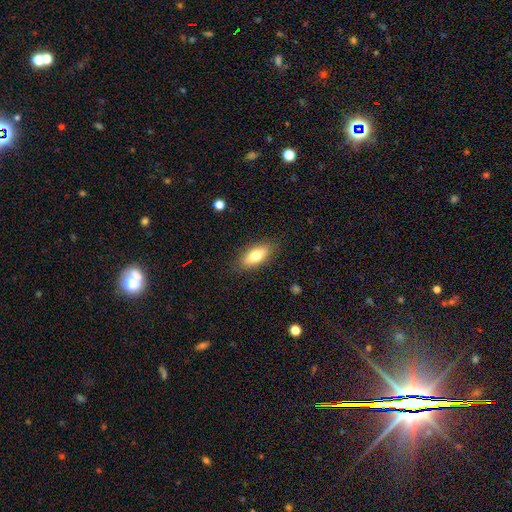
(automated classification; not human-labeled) A smooth galaxy with no disk features (75%) that is in between round and cigar-shaped (82%). Merging: none (86%).